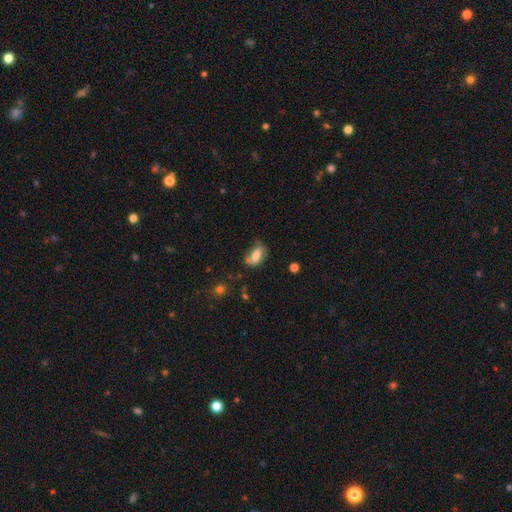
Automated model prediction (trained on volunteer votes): A smooth galaxy with no disk features (66%) that is in between round and cigar-shaped (85%).

Vote fractions:
- Smooth or featured? smooth: 66% / featured or disk: 25% / star or artifact: 9%
- How rounded? in between: 85% / round: 9% / cigar-shaped: 6%
- Merging? none: 42% / minor disturbance: 31% / major disturbance: 14% / merger: 13%